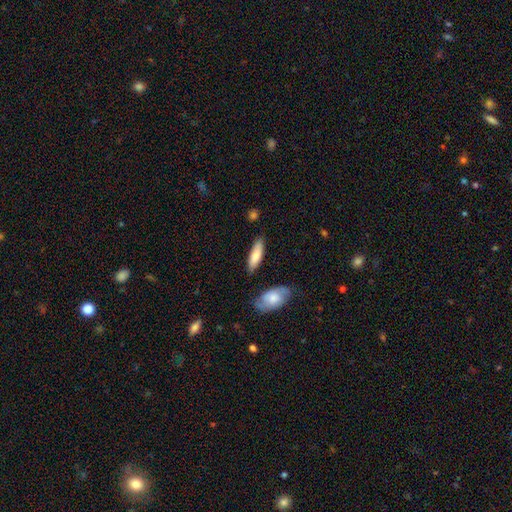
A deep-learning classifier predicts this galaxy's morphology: smooth 75%, featured or disk 20%, star or artifact 5%. Down the decision tree: how rounded — cigar-shaped (50%); merging — none (80%).